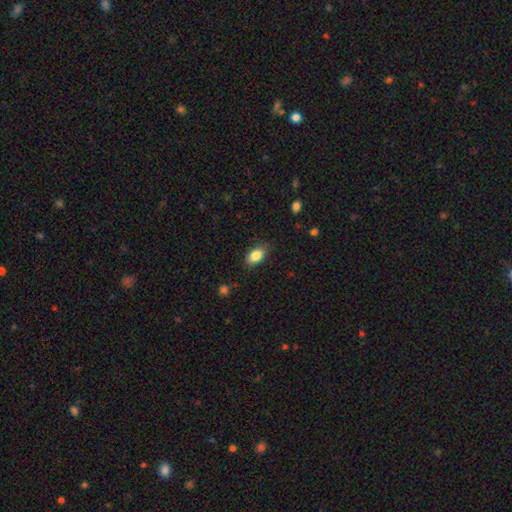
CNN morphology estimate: A smooth galaxy with no disk features (85%) that is in between round and cigar-shaped (89%).

Vote fractions:
- Smooth or featured? smooth: 85% / star or artifact: 8% / featured or disk: 7%
- How rounded? in between: 89% / round: 8% / cigar-shaped: 2%
- Merging? none: 83% / minor disturbance: 13% / major disturbance: 3% / merger: 1%